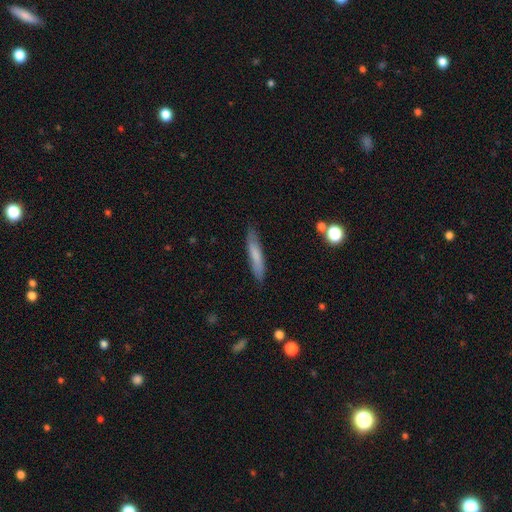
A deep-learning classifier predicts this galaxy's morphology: Smooth or featured: smooth — 74% (featured or disk — 19%)
How rounded: cigar-shaped — 88% (in between — 11%)
Merging: none — 85% (minor disturbance — 11%)